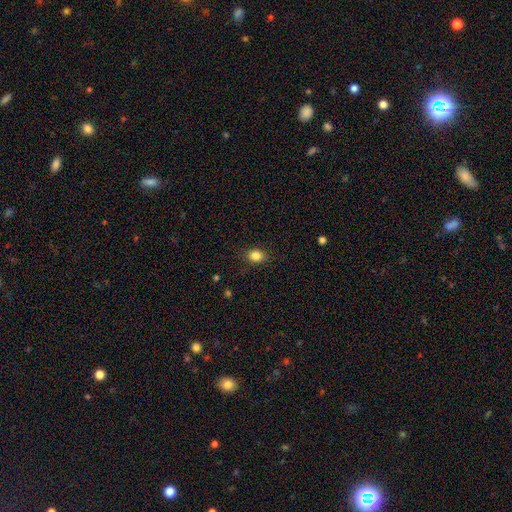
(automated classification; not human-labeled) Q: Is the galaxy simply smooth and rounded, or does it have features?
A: smooth — 84%.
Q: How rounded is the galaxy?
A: in between — 62%.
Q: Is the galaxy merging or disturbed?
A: none — 85%.